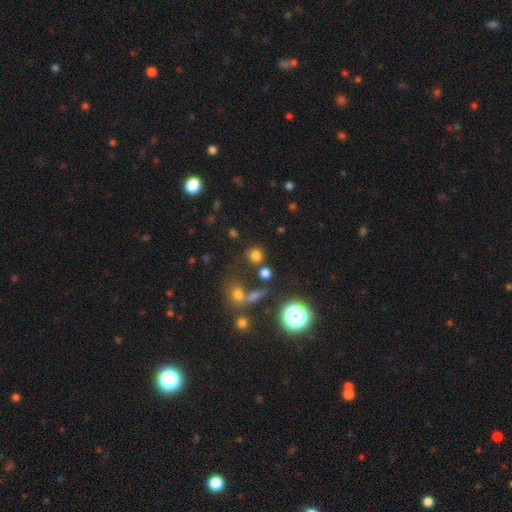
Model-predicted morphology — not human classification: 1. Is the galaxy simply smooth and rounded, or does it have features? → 71% smooth, 22% star or artifact, 7% featured or disk.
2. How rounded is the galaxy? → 86% round, 12% in between, 2% cigar-shaped.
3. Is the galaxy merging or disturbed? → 71% none, 14% merger, 10% minor disturbance, 6% major disturbance.